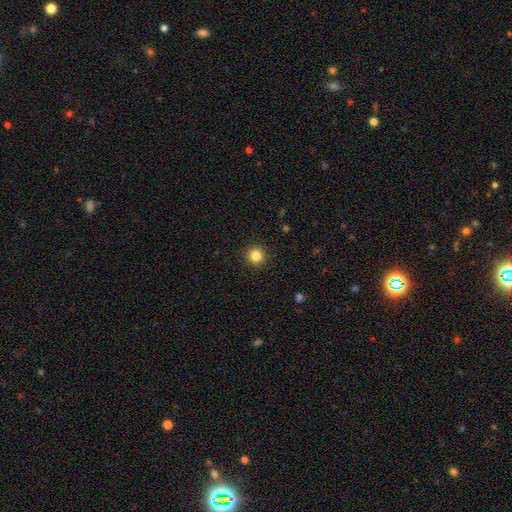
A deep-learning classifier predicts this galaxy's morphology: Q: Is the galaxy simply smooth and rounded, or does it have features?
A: smooth — 84%.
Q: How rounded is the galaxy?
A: round — 95%.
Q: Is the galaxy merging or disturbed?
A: none — 93%.